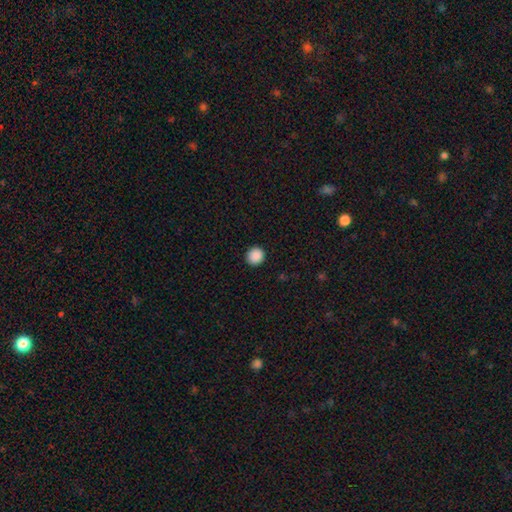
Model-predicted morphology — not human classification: smooth-or-featured: smooth: 89% | star or artifact: 9% | featured or disk: 2%
  how-rounded: round: 92% | in between: 7% | cigar-shaped: 1%
  merging: none: 93% | minor disturbance: 5% | major disturbance: 2% | merger: 1%